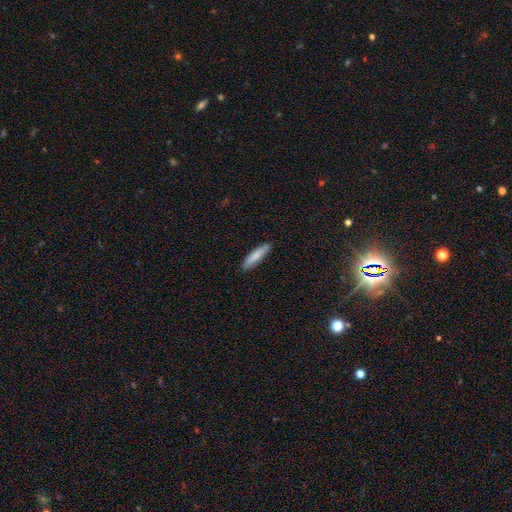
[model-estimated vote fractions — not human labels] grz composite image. It shows a smooth galaxy with no disk features (78%) that is cigar-shaped (80%). Merging: none (87%).